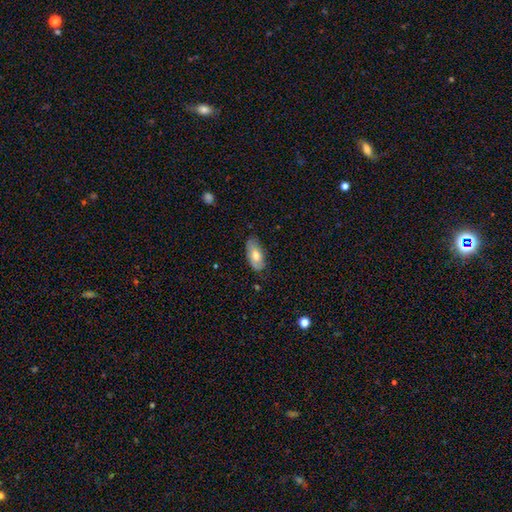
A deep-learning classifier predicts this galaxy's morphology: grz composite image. It shows a smooth galaxy with no disk features (67%) that is in between round and cigar-shaped (90%). Merging: none (77%).